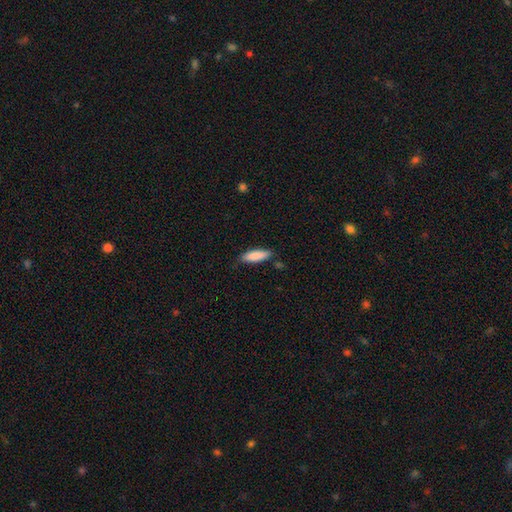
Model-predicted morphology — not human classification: Smooth or featured?
  - smooth: 87% *
  - featured or disk: 7%
  - star or artifact: 6%
How rounded?
  - cigar-shaped: 49% * (tied)
  - in between: 49% * (tied)
  - round: 2%
Merging?
  - none: 79% *
  - minor disturbance: 15%
  - major disturbance: 3%
  - merger: 2%